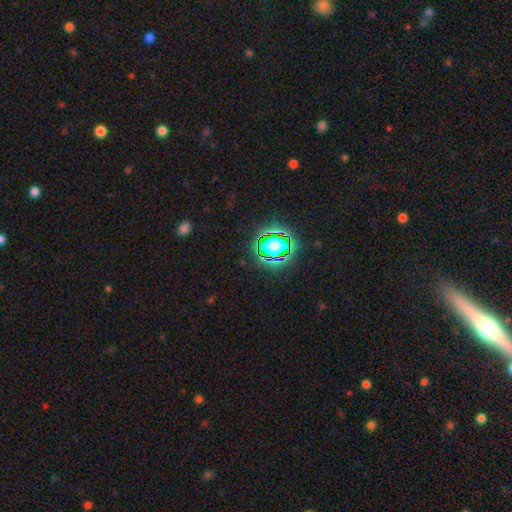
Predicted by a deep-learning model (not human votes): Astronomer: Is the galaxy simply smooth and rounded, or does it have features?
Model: star or artifact — 76%.